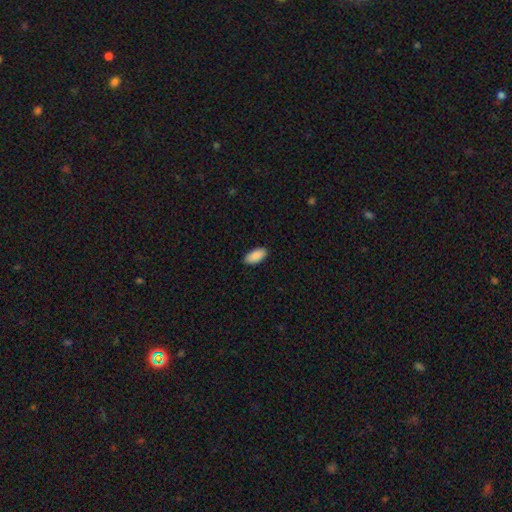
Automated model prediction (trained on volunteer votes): The model was most divided on "merging": none: 90%, minor disturbance: 8%, major disturbance: 2%, merger: 1%. More confident: how rounded — in between (93%); smooth or featured — smooth (90%).